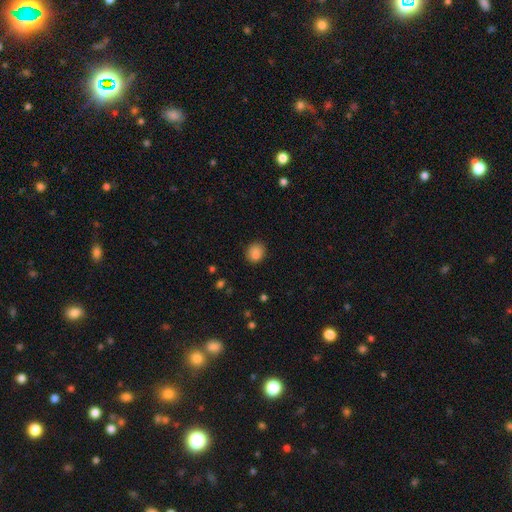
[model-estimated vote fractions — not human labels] A smooth galaxy with no disk features (85%) that is round (67%).

Vote fractions:
- Smooth or featured? smooth: 85% / star or artifact: 10% / featured or disk: 5%
- How rounded? round: 67% / in between: 32% / cigar-shaped: 1%
- Merging? none: 82% / minor disturbance: 13% / major disturbance: 3% / merger: 2%